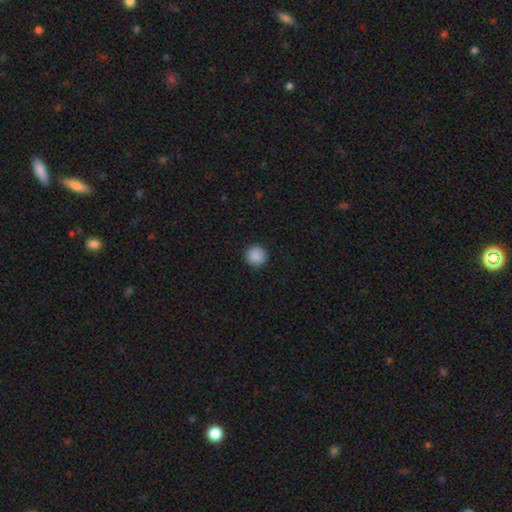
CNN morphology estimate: type=smooth (88%); roundness=round (95%); merging=none (92%).